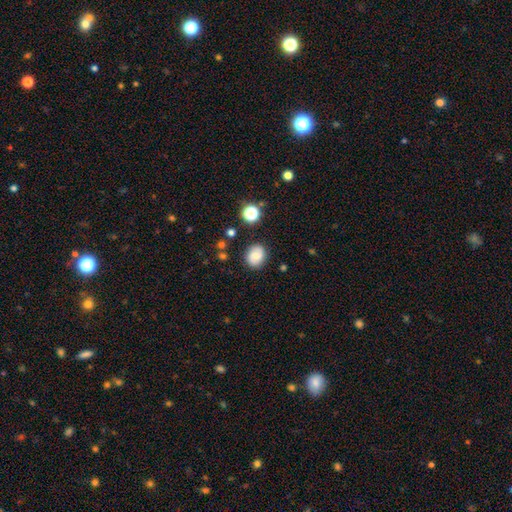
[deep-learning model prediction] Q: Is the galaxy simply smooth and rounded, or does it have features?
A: smooth — 68%.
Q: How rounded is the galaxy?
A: round — 64%.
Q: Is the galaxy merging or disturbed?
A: none — 83%.